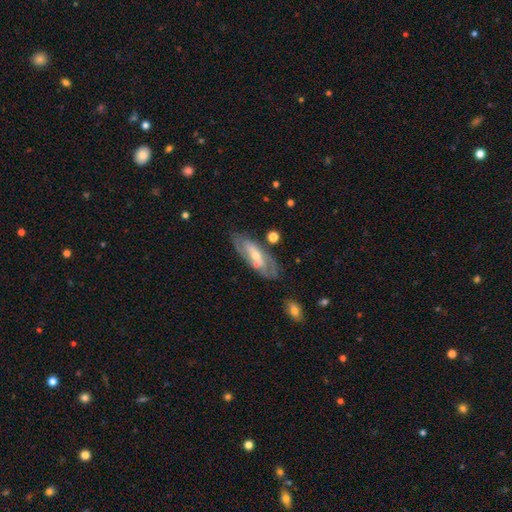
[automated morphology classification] Smooth or featured? Predicted: featured or disk (p=0.73). Edge-on disk? Predicted: no (p=0.85). Bar? Predicted: no (p=0.46). Spiral arms? Predicted: yes (p=0.76). Bulge size? Predicted: small (p=0.53). Merging? Predicted: none (p=0.72).